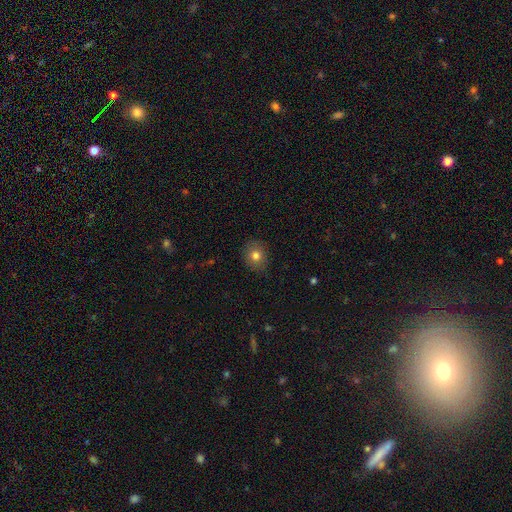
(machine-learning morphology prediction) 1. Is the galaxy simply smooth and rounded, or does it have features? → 78% smooth, 11% featured or disk, 11% star or artifact.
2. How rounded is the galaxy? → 73% round, 27% in between, 1% cigar-shaped.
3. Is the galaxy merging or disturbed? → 86% none, 10% minor disturbance, 2% major disturbance, 1% merger.